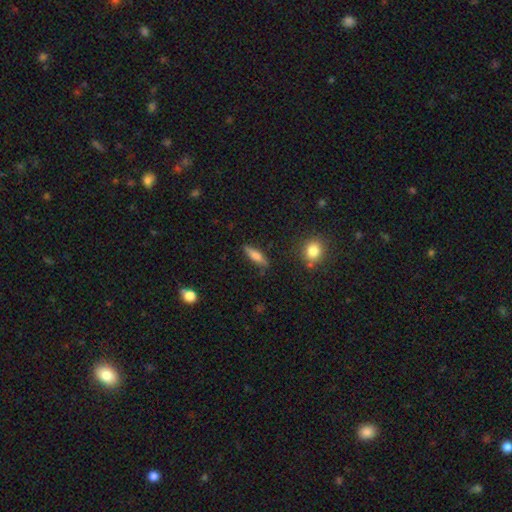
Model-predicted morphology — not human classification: smooth_or_featured: smooth (p=0.68) [alt: featured or disk p=0.24]
how_rounded: cigar-shaped (p=0.65) [alt: in between p=0.32]
merging: none (p=0.83) [alt: minor disturbance p=0.12]